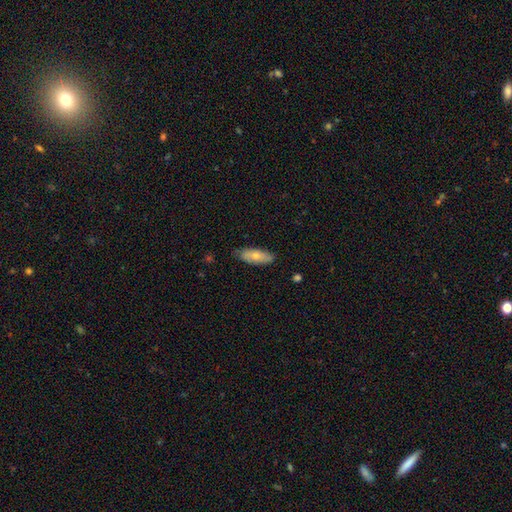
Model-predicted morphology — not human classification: Q: Smooth or featured?
A: smooth (70%); runner-up: featured or disk (24%)
Q: How rounded?
A: in between (71%); runner-up: cigar-shaped (27%)
Q: Merging?
A: none (79%); runner-up: minor disturbance (17%)